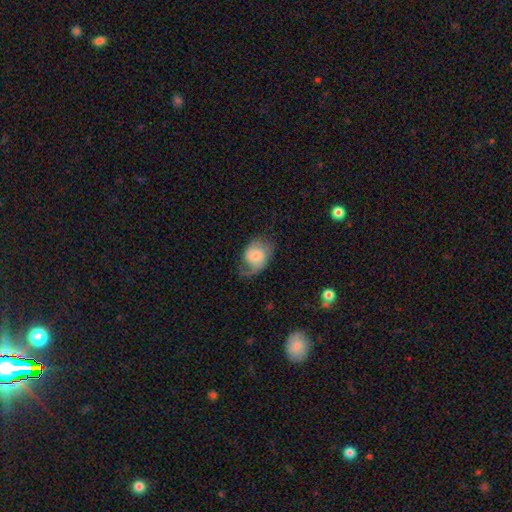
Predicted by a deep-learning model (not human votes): The model was most divided on "merging": none: 43%, major disturbance: 28%, minor disturbance: 27%, merger: 2%. More confident: edge-on disk — no (97%); spiral arms — yes (88%); bar — no (65%); smooth or featured — featured or disk (57%); bulge size — small (51%).